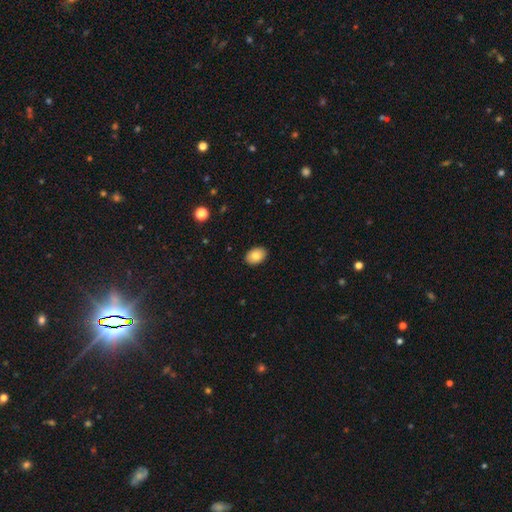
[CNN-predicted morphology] Smooth or featured?
  - smooth: 83% *
  - featured or disk: 9%
  - star or artifact: 7%
How rounded?
  - in between: 82% *
  - round: 17%
  - cigar-shaped: 1%
Merging?
  - none: 90% *
  - minor disturbance: 8%
  - major disturbance: 2%
  - merger: 1%